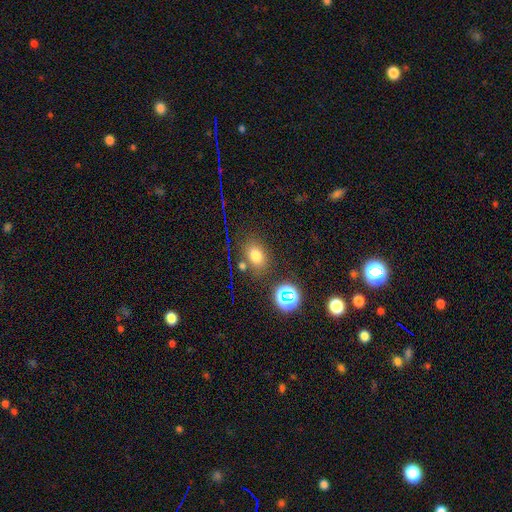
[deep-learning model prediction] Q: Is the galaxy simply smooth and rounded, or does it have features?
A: smooth — 71%.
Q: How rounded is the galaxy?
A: in between — 64%.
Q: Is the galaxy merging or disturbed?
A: none — 75%.